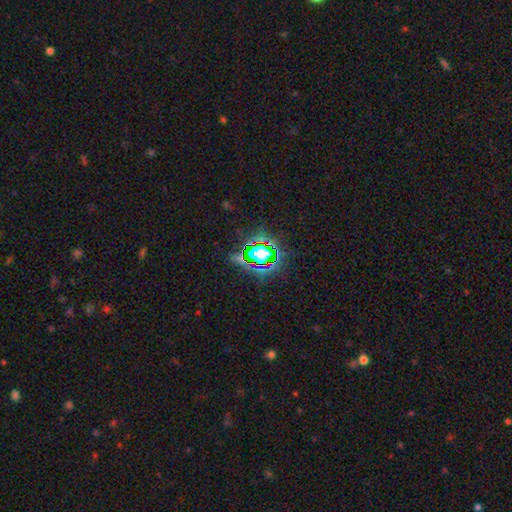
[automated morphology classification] This is likely a star or artifact rather than a galaxy (76%).